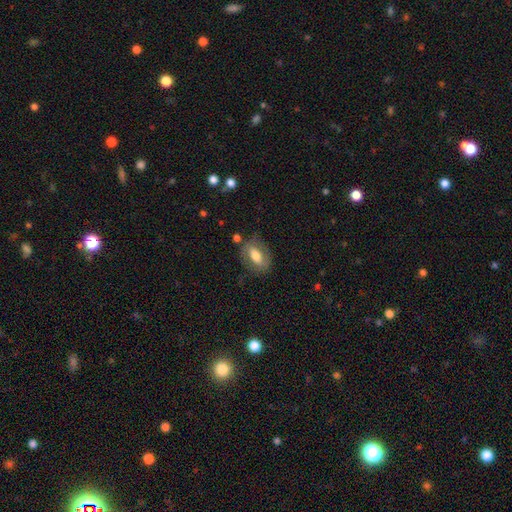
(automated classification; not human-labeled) Smooth or featured? Predicted: smooth (p=0.56). How rounded? Predicted: in between (p=0.84). Merging? Predicted: none (p=0.69).